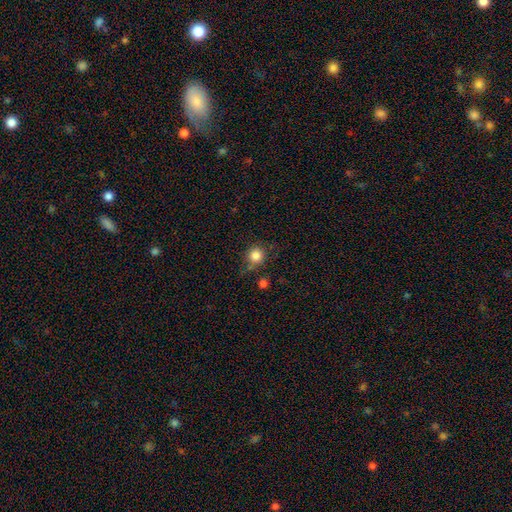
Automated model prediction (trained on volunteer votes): smooth_or_featured: smooth (p=0.83) [alt: star or artifact p=0.11]
how_rounded: round (p=0.91) [alt: in between p=0.08]
merging: none (p=0.73) [alt: minor disturbance p=0.15]